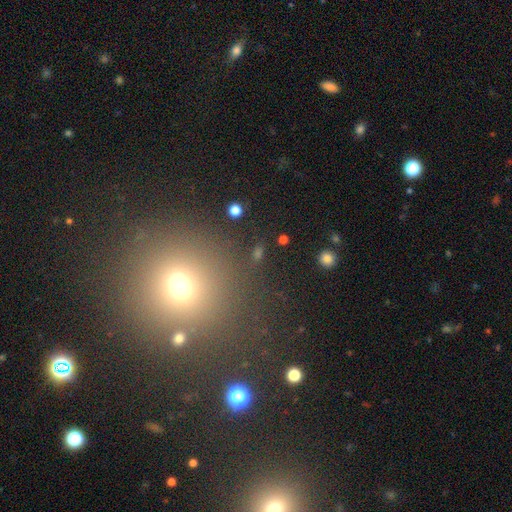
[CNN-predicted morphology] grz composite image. It shows a smooth galaxy with no disk features (49%). Merging: none (75%).